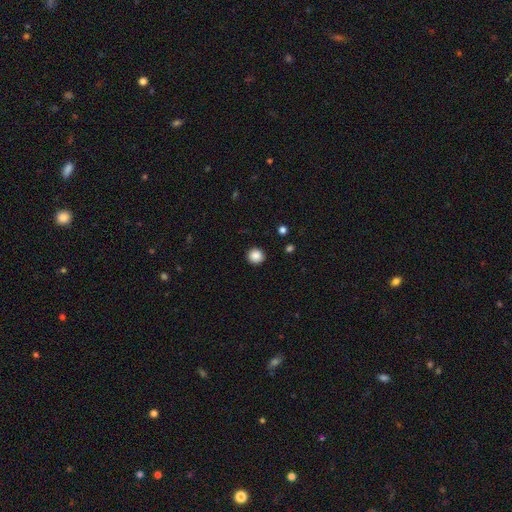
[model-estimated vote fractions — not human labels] A smooth galaxy with no disk features (87%) that is round (93%). Merging: none (92%).